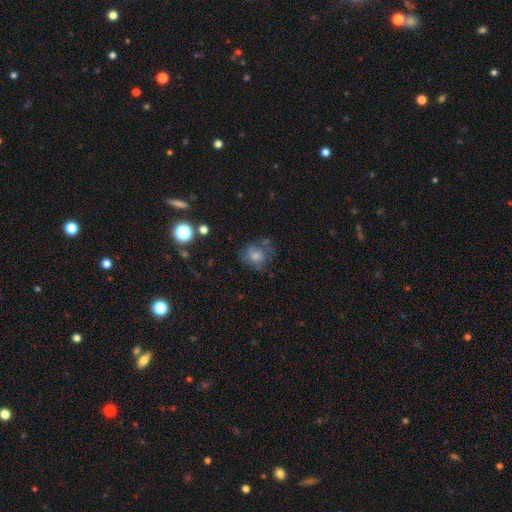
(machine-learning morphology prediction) Q: Smooth or featured?
A: smooth (64%); runner-up: featured or disk (24%)
Q: How rounded?
A: round (75%); runner-up: in between (24%)
Q: Merging?
A: none (52%); runner-up: minor disturbance (25%)